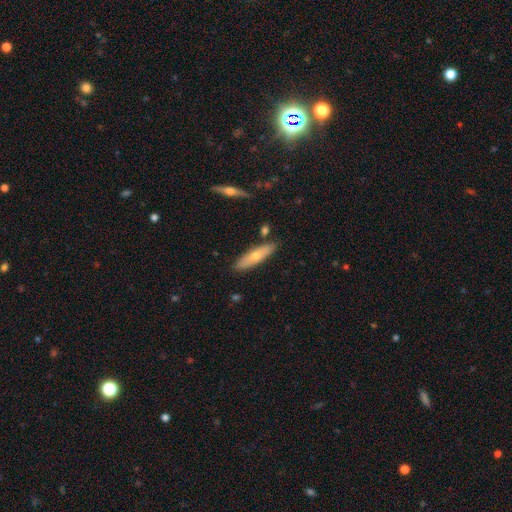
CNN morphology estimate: The model was most divided on "smooth or featured": smooth: 59%, featured or disk: 35%, star or artifact: 6%. More confident: merging — none (84%); how rounded — cigar-shaped (67%).